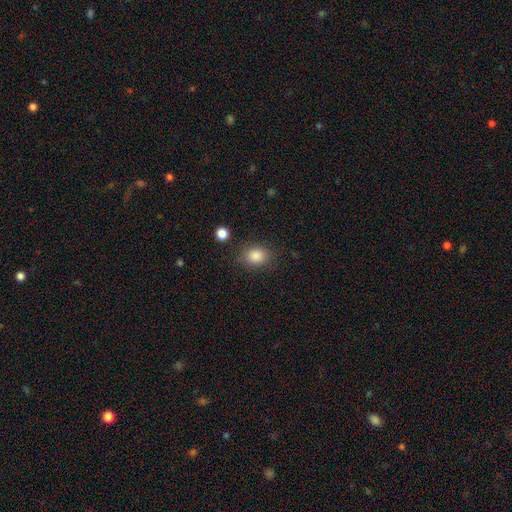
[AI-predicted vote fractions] Q: Smooth or featured?
A: smooth (86%); runner-up: star or artifact (9%)
Q: How rounded?
A: in between (56%); runner-up: round (43%)
Q: Merging?
A: none (82%); runner-up: minor disturbance (12%)